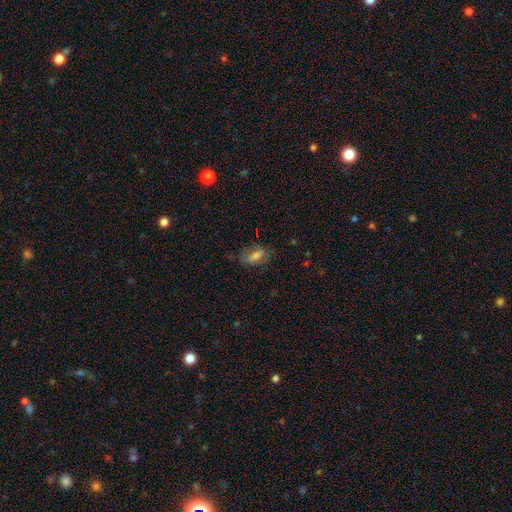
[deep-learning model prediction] A smooth galaxy with no disk features (61%) that is in between round and cigar-shaped (79%). Merging: none (68%).